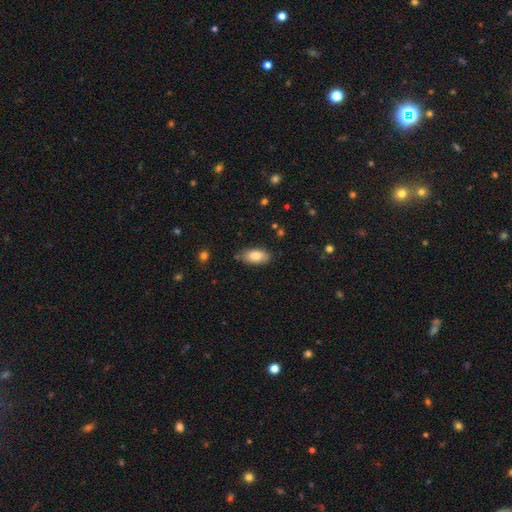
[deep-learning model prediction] Morphology: type=smooth (83%); roundness=in between (90%); merging=none (79%).